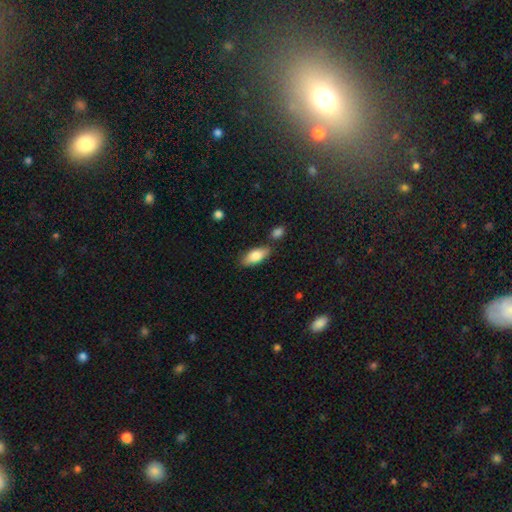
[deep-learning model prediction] Overall: smooth (80%). How rounded: in between (80%). Merging: none (73%).